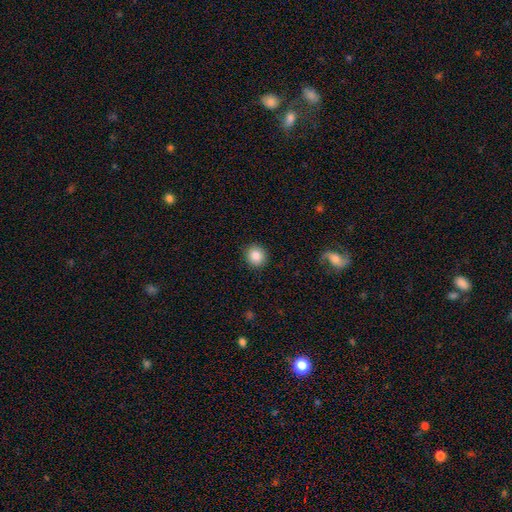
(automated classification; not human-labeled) Overall: smooth (86%). How rounded: round (87%). Merging: none (91%).